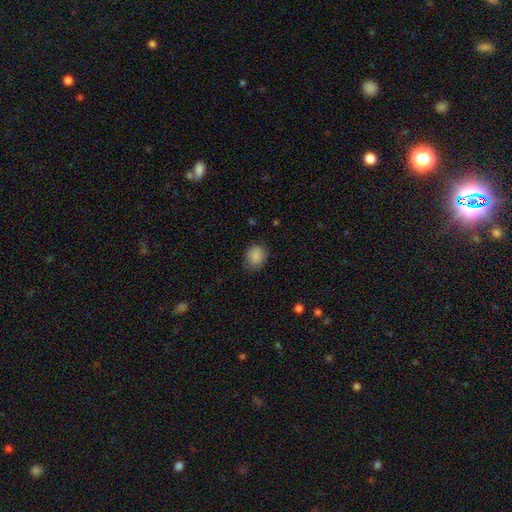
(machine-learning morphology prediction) smooth 87%, star or artifact 8%, featured or disk 5%. Down the decision tree: how rounded — round (64%); merging — none (75%).